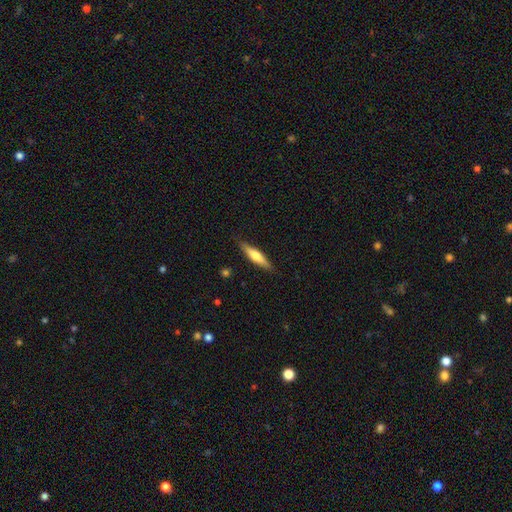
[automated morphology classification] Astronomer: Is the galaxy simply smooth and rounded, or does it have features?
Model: smooth — 55% (runner-up: featured or disk, 39%).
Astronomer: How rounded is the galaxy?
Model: cigar-shaped — 79%.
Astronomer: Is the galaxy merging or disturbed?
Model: none — 87%.